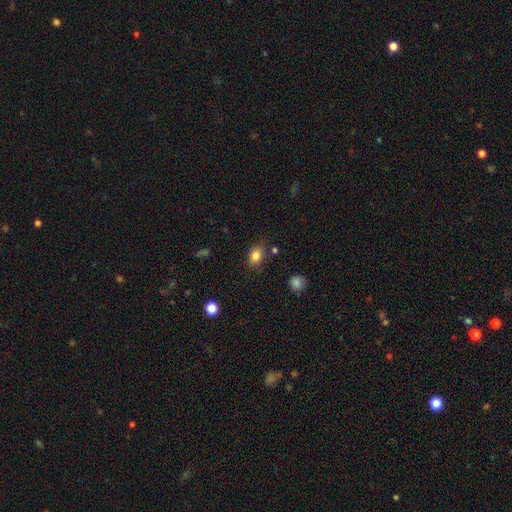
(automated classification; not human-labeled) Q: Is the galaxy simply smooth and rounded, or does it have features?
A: smooth — 83%.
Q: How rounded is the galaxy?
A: in between — 64%.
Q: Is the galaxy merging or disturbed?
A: none — 78%.